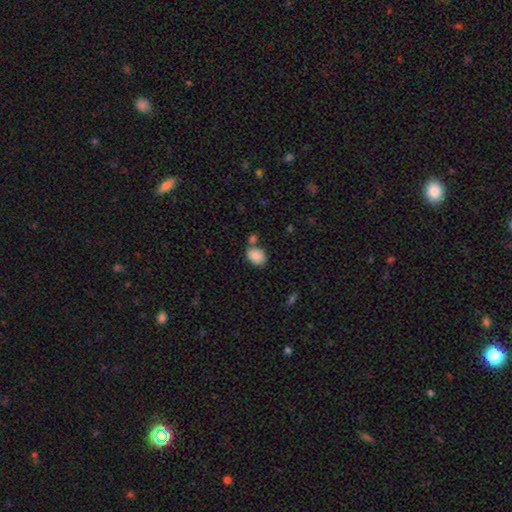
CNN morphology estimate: Smooth or featured?
  - smooth: 88% *
  - star or artifact: 8%
  - featured or disk: 5%
How rounded?
  - in between: 69% *
  - round: 30%
  - cigar-shaped: 1%
Merging?
  - none: 62% *
  - merger: 20%
  - minor disturbance: 15%
  - major disturbance: 4%